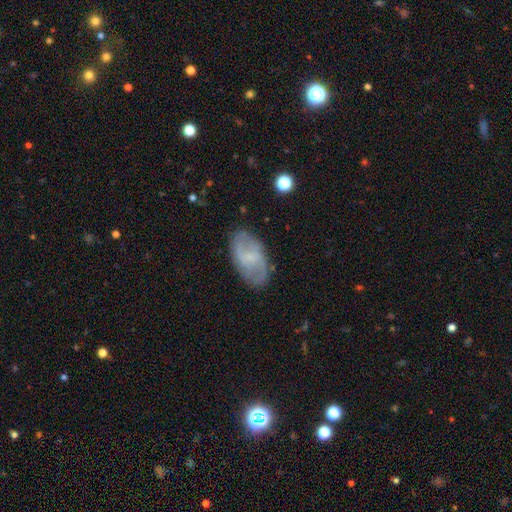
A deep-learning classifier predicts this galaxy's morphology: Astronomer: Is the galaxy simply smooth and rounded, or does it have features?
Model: featured or disk — 67%.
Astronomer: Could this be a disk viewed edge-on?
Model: no — 96%.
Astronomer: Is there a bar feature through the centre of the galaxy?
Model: weak — 52% (runner-up: no, 37%).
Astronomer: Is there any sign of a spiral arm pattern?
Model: yes — 88%.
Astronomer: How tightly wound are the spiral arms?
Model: medium — 45% (runner-up: loose, 36%).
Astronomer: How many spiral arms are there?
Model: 2 — 72%.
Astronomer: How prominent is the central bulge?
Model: small — 58%.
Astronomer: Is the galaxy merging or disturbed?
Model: none — 79%.